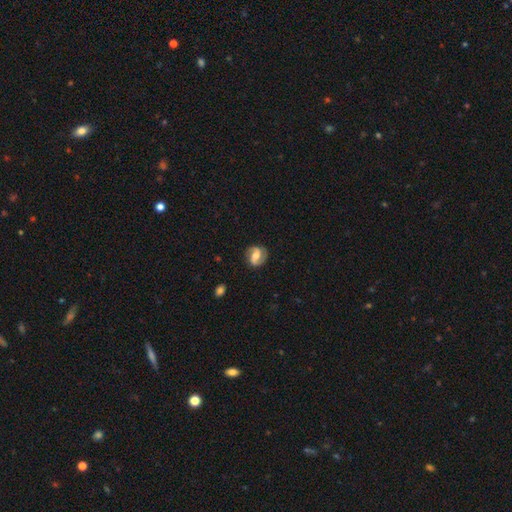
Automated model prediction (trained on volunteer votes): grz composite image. It shows a featured or disk galaxy (69%) with a weak bar (40%), 2 (88%) medium (42%) spiral arms (89%) and a moderate central bulge (63%). Merging: none (81%).